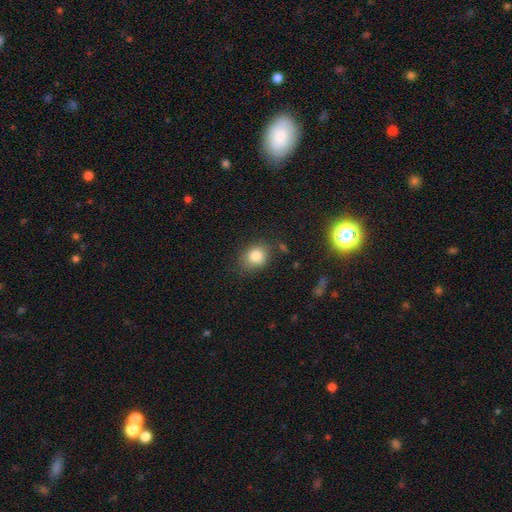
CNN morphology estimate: The model was most divided on "how rounded": round: 57%, in between: 42%, cigar-shaped: 1%. More confident: smooth or featured — smooth (82%); merging — none (76%).